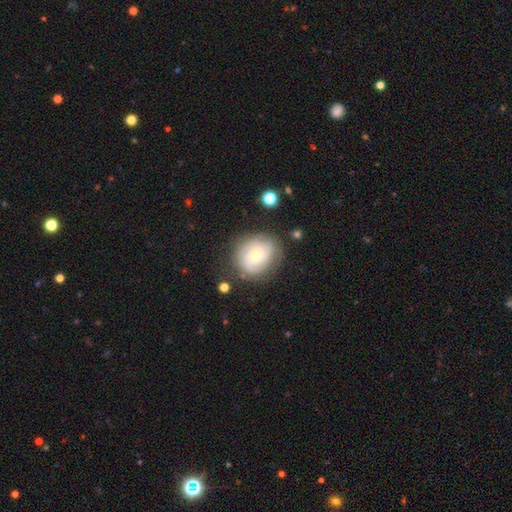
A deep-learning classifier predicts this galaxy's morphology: This appears to be a featured or disk galaxy (63%) with no bar (77%), tight (62%) spiral arms (84%) and a small central bulge (58%). Merging: none (73%).